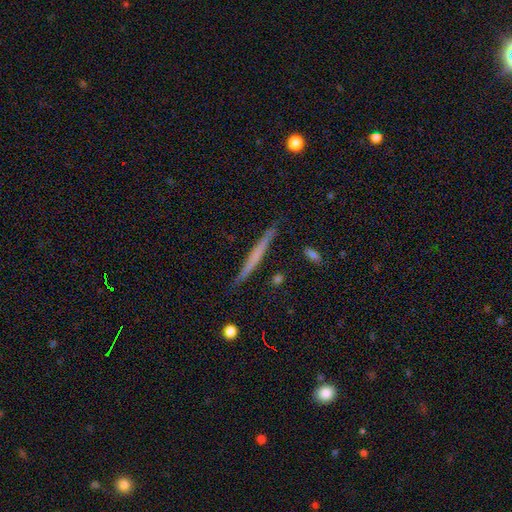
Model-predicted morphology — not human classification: smooth-or-featured: featured or disk: 50% | smooth: 44% | star or artifact: 6%
  merging: none: 88% | minor disturbance: 8% | merger: 2% | major disturbance: 2%